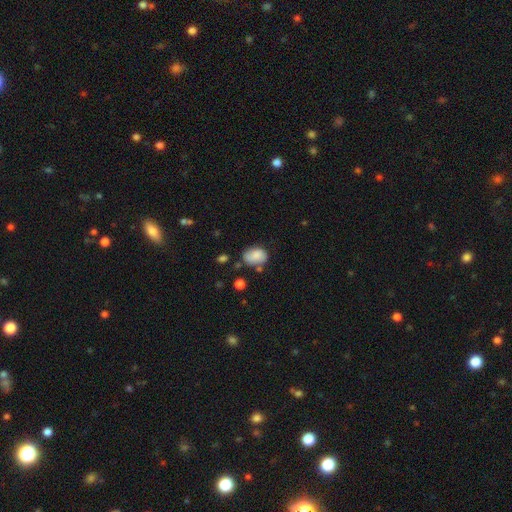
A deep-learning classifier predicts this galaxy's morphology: The model was most divided on "merging": none: 56%, minor disturbance: 29%, major disturbance: 8%, merger: 7%. More confident: smooth or featured — smooth (77%); how rounded — in between (74%).